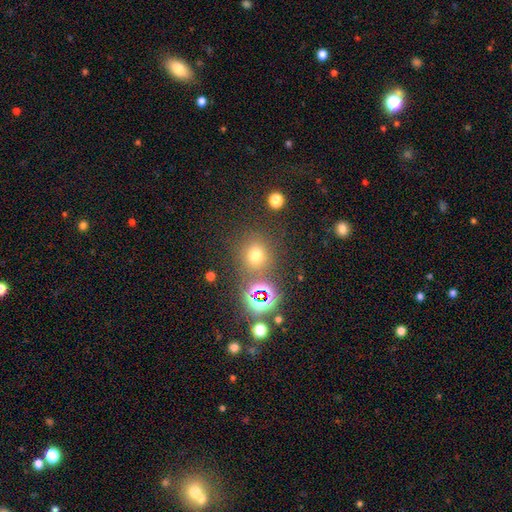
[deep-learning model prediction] Smooth or featured: smooth — 64% (star or artifact — 28%)
How rounded: round — 86% (in between — 13%)
Merging: none — 77% (minor disturbance — 9%)